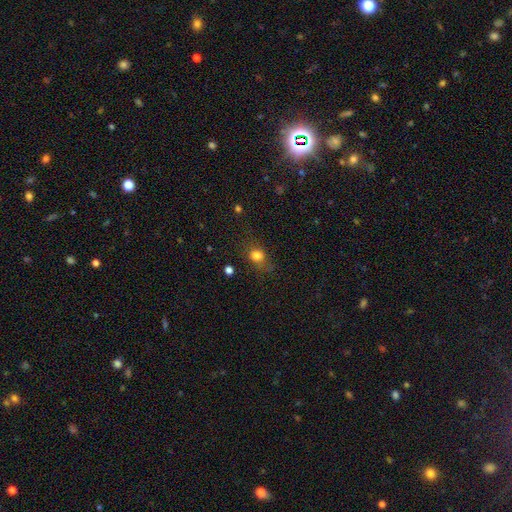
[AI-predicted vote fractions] The model was most divided on "how rounded": round: 64%, in between: 34%, cigar-shaped: 2%. More confident: smooth or featured — smooth (78%); merging — none (66%).